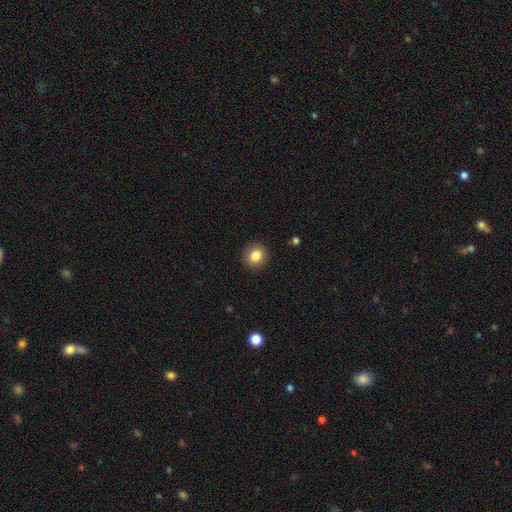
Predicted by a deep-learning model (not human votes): Smooth or featured? Predicted: smooth (p=0.85). How rounded? Predicted: round (p=0.86). Merging? Predicted: none (p=0.91).